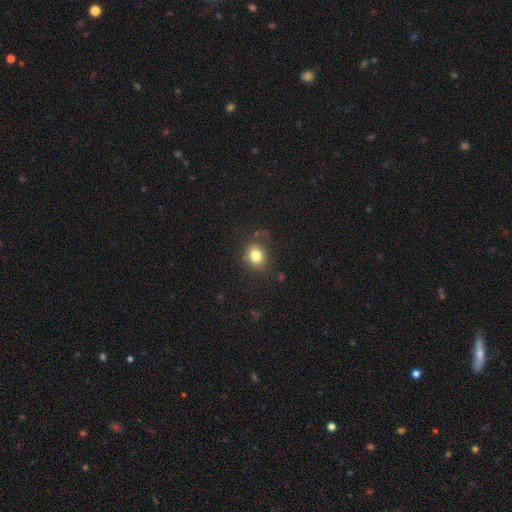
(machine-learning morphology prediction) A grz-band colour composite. It shows a smooth galaxy with no disk features (79%) that is round (70%). Merging: none (77%).